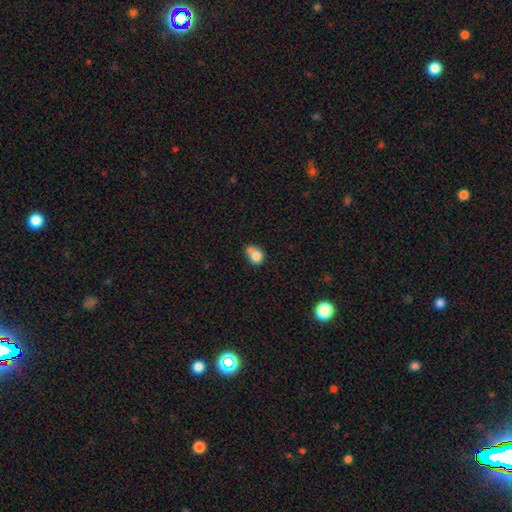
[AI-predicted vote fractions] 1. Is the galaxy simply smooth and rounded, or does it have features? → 79% smooth, 11% featured or disk, 10% star or artifact.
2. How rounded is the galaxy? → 59% round, 40% in between, 1% cigar-shaped.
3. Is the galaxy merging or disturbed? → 39% merger, 31% none, 20% minor disturbance, 10% major disturbance.